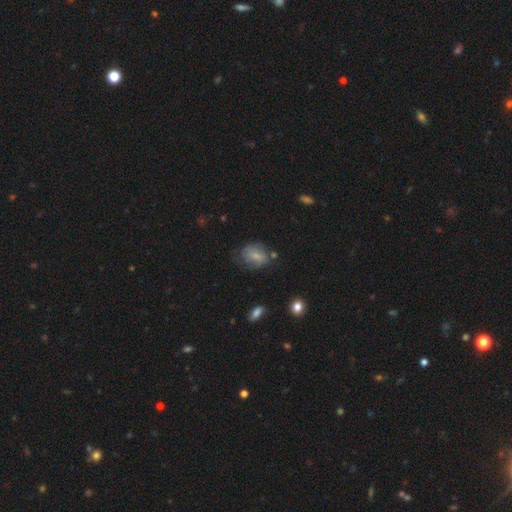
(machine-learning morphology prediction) This appears to be a smooth galaxy with no disk features (68%) that is in between round and cigar-shaped (67%). Merging: none (54%).